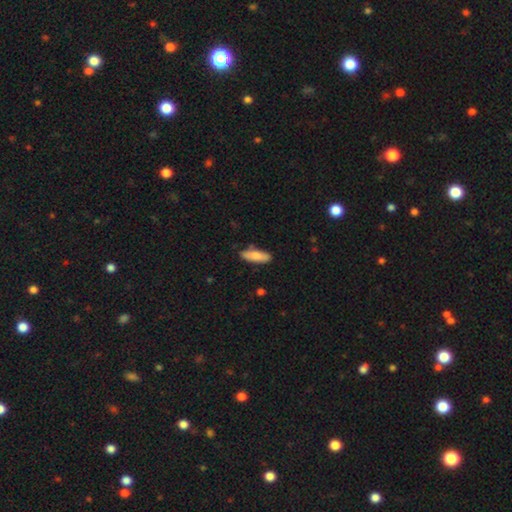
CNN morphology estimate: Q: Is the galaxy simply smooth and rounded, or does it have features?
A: smooth — 80%.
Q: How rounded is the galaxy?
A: in between — 54%.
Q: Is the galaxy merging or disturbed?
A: none — 81%.